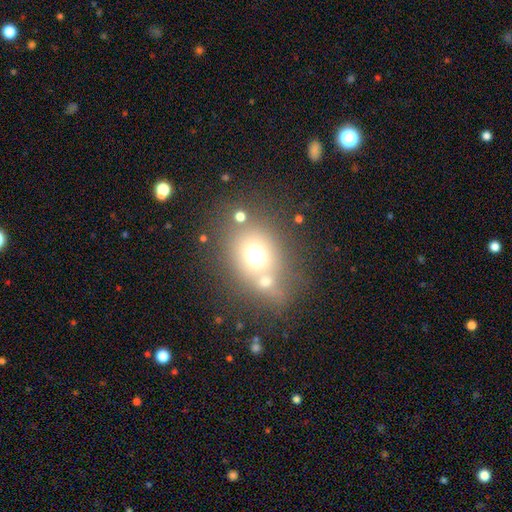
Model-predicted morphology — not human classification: This is likely a smooth galaxy (63%). How rounded: likely round (62%). Merging: possibly none (47%).